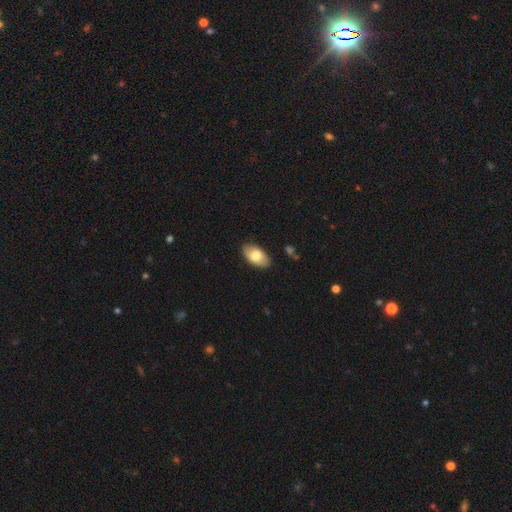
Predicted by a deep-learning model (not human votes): Smooth or featured?
  - smooth: 77% *
  - featured or disk: 17%
  - star or artifact: 6%
How rounded?
  - in between: 94% *
  - round: 4%
  - cigar-shaped: 2%
Merging?
  - none: 87% *
  - minor disturbance: 10%
  - major disturbance: 2%
  - merger: 1%